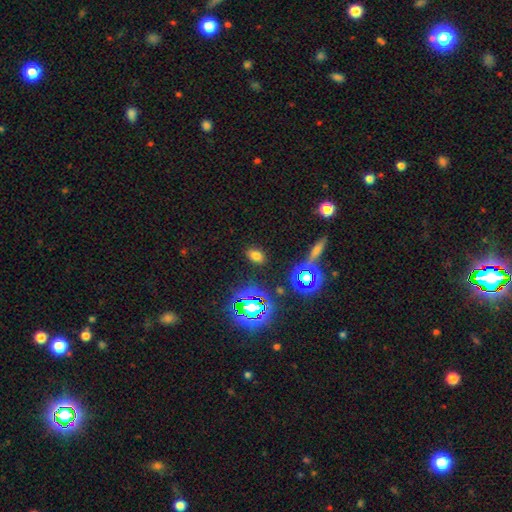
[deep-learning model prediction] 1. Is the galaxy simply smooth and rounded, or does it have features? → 69% smooth, 24% star or artifact, 7% featured or disk.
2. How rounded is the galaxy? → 84% in between, 13% round, 3% cigar-shaped.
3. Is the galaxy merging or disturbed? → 86% none, 8% minor disturbance, 3% major disturbance, 2% merger.